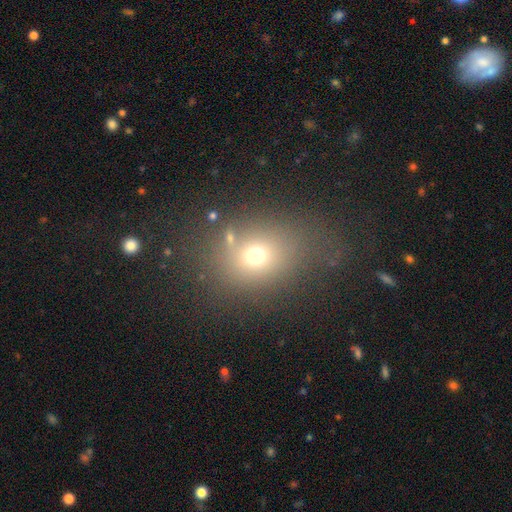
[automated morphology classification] Smooth or featured? Predicted: smooth (p=0.66). How rounded? Predicted: round (p=0.54). Merging? Predicted: none (p=0.64).